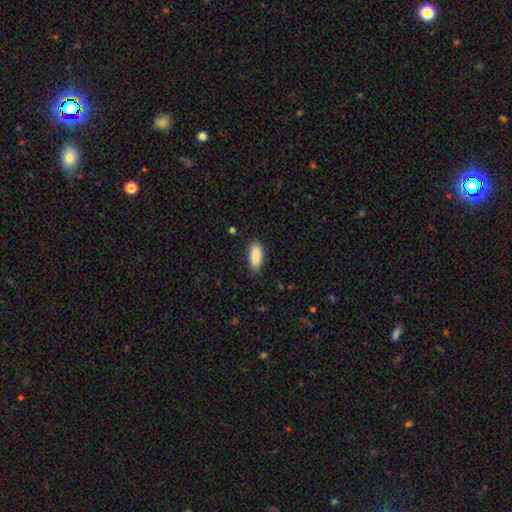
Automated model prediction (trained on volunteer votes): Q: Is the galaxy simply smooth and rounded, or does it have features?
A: smooth — 89%.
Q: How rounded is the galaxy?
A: in between — 86%.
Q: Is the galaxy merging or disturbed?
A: none — 86%.